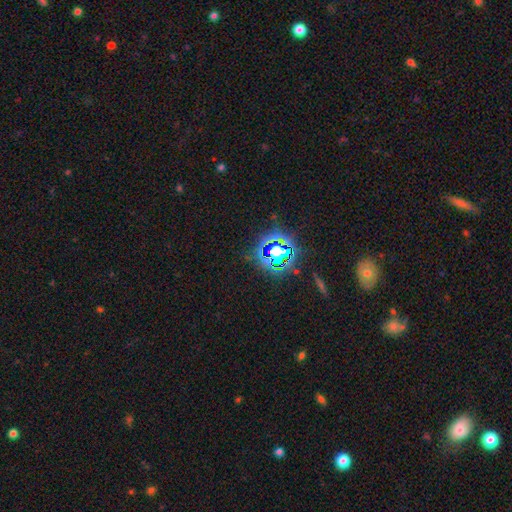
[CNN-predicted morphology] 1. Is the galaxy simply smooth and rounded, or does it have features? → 80% star or artifact, 12% smooth, 8% featured or disk.